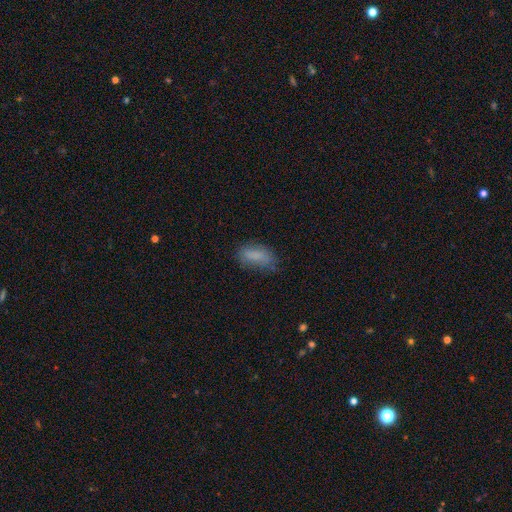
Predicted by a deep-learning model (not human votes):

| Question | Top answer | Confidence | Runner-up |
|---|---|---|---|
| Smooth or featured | smooth | 80% | featured or disk (11%) |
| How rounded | in between | 86% | cigar-shaped (10%) |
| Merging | none | 63% | minor disturbance (26%) |